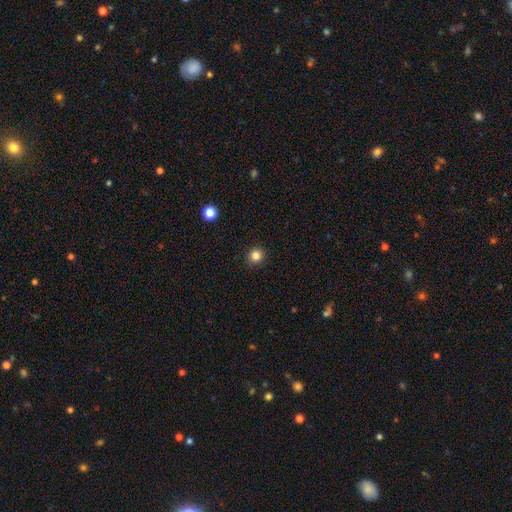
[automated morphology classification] Smooth or featured? Predicted: smooth (p=0.84). How rounded? Predicted: round (p=0.93). Merging? Predicted: none (p=0.92).